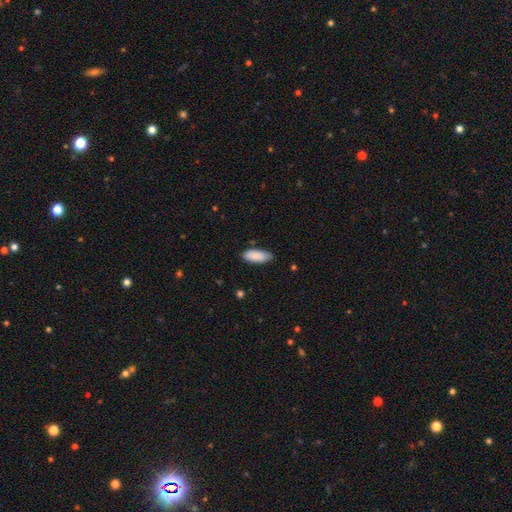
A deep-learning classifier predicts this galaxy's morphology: Smooth or featured: smooth — 88% (featured or disk — 6%)
How rounded: in between — 83% (cigar-shaped — 16%)
Merging: none — 79% (minor disturbance — 17%)